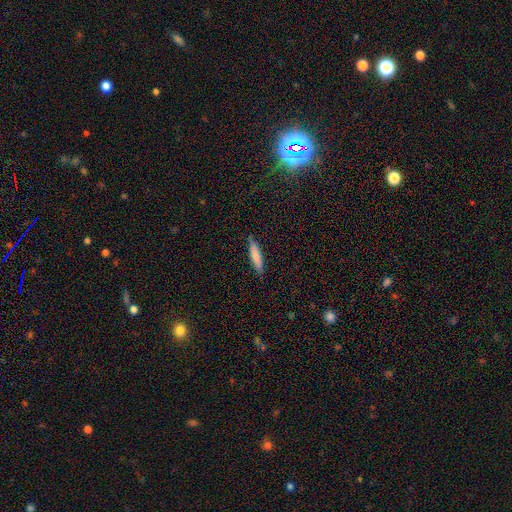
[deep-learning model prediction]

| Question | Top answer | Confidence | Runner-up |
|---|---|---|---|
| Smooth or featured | smooth | 77% | featured or disk (17%) |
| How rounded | cigar-shaped | 87% | in between (12%) |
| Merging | none | 85% | minor disturbance (11%) |